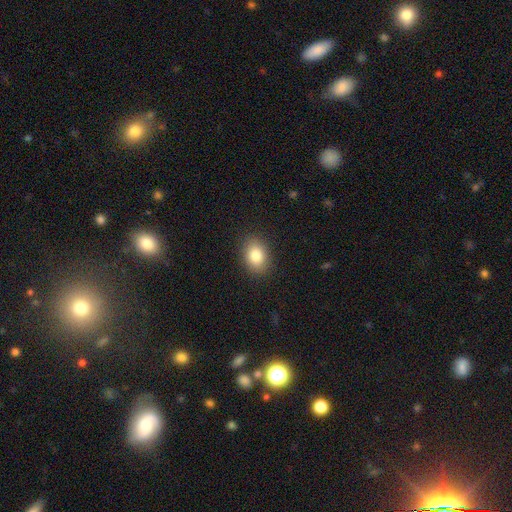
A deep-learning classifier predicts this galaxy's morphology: Overall: smooth (84%). How rounded: in between (75%). Merging: none (88%).